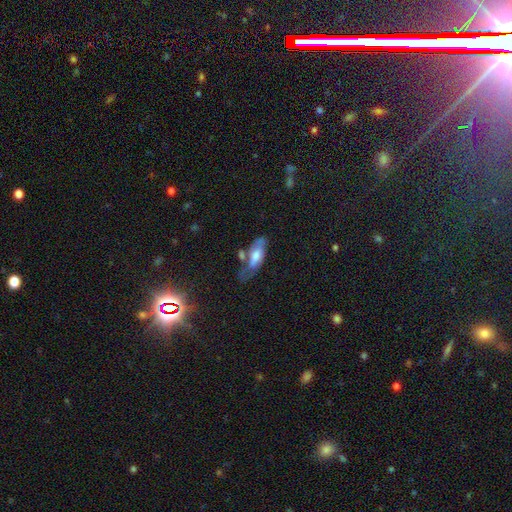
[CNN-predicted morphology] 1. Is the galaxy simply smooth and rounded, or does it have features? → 46% smooth (tied), 46% featured or disk (tied), 8% star or artifact.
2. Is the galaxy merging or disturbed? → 35% none, 25% minor disturbance, 22% major disturbance, 17% merger.